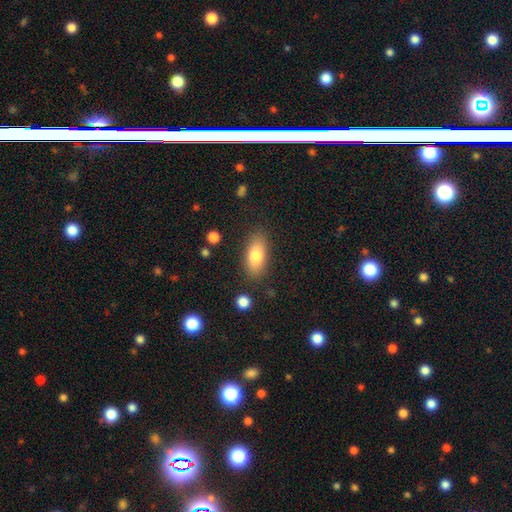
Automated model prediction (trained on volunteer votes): smooth-or-featured: smooth: 80% | featured or disk: 13% | star or artifact: 7%
  how-rounded: in between: 85% | cigar-shaped: 11% | round: 4%
  merging: none: 82% | minor disturbance: 12% | major disturbance: 4% | merger: 2%